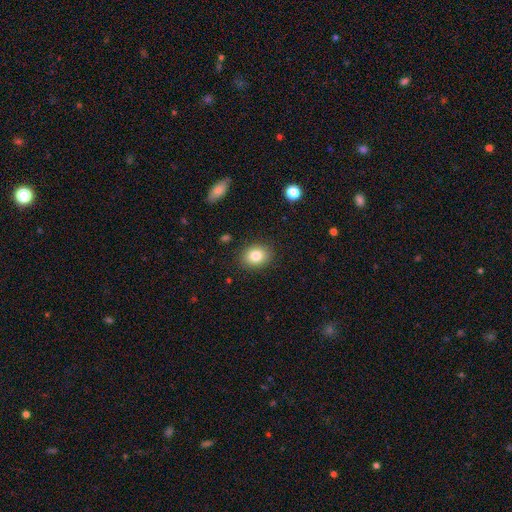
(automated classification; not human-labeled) A smooth galaxy with no disk features (83%) that is in between round and cigar-shaped (50%).

Vote fractions:
- Smooth or featured? smooth: 83% / star or artifact: 9% / featured or disk: 8%
- How rounded? in between: 50% / round: 49% / cigar-shaped: 1%
- Merging? none: 88% / minor disturbance: 8% / major disturbance: 2% / merger: 1%